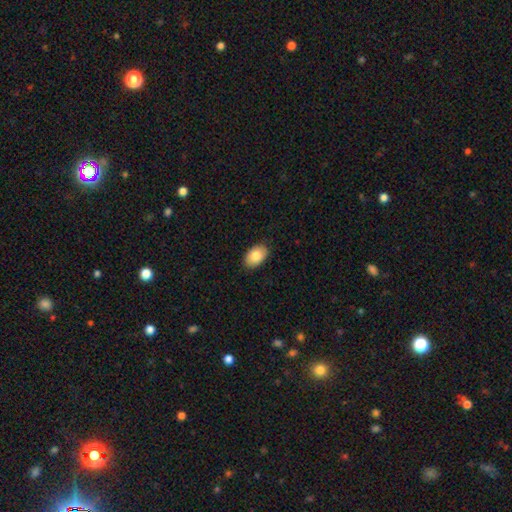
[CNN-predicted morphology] smooth 84%, featured or disk 9%, star or artifact 7%. Down the decision tree: how rounded — in between (90%); merging — none (88%).